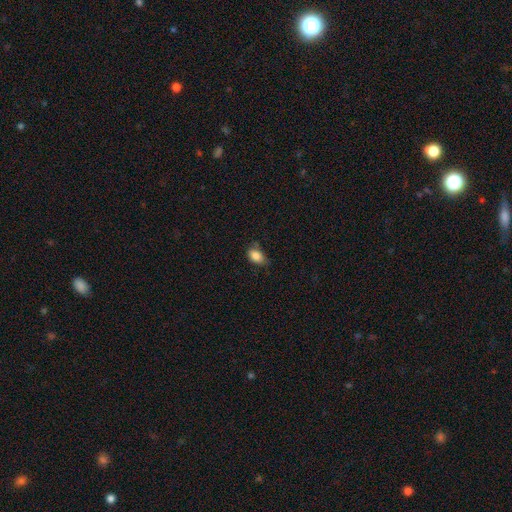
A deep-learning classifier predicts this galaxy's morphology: Smooth or featured? Predicted: smooth (p=0.85). How rounded? Predicted: in between (p=0.84). Merging? Predicted: none (p=0.60).